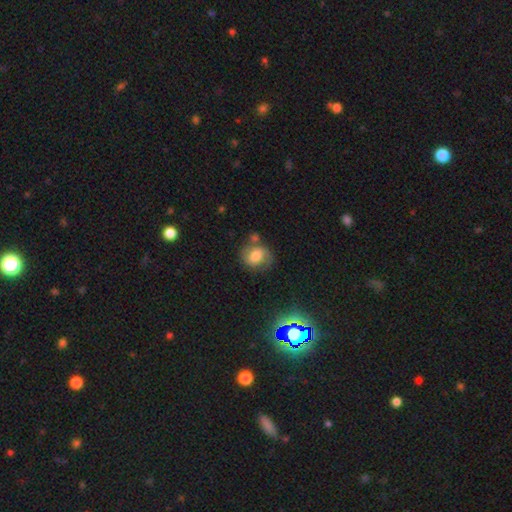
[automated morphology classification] smooth_or_featured: smooth (p=0.60) [alt: featured or disk p=0.27]
how_rounded: round (p=0.68) [alt: in between p=0.31]
merging: none (p=0.58) [alt: minor disturbance p=0.20]